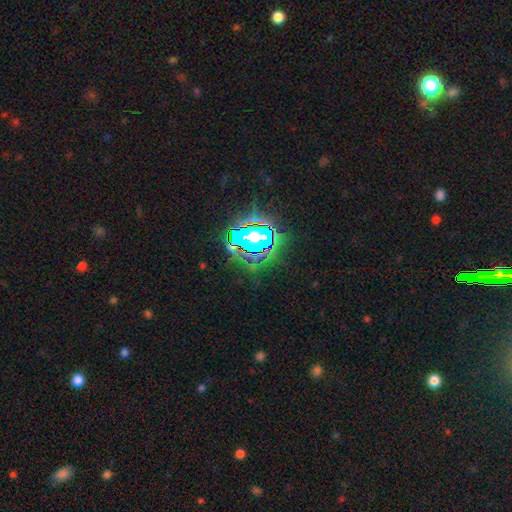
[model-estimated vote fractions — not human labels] Smooth or featured?
  - star or artifact: 83% *
  - smooth: 10%
  - featured or disk: 7%